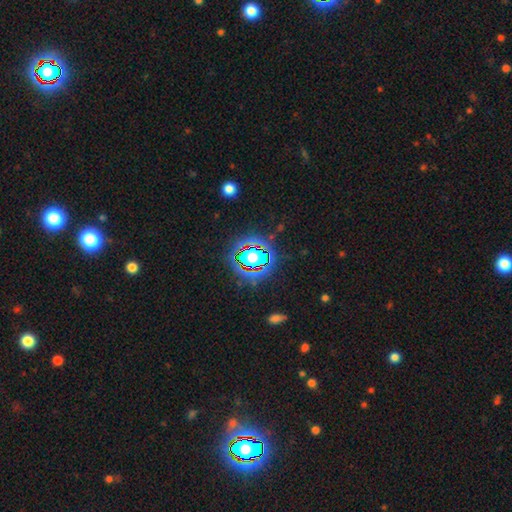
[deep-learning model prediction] smooth-or-featured: star or artifact: 82% | smooth: 10% | featured or disk: 8%